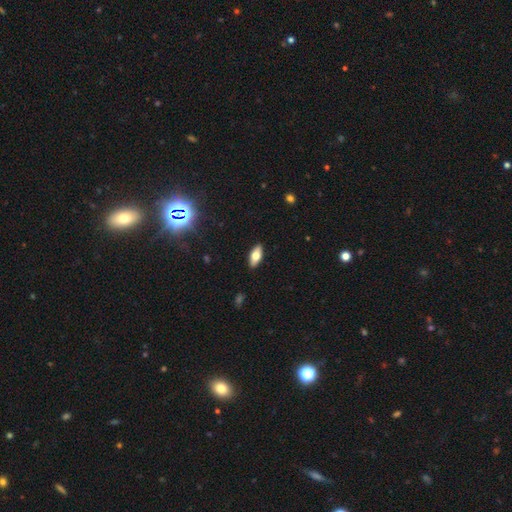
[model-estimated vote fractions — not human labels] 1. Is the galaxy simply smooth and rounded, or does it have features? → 68% smooth, 24% featured or disk, 7% star or artifact.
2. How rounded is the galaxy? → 82% in between, 15% cigar-shaped, 3% round.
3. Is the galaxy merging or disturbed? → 89% none, 8% minor disturbance, 2% major disturbance, 1% merger.